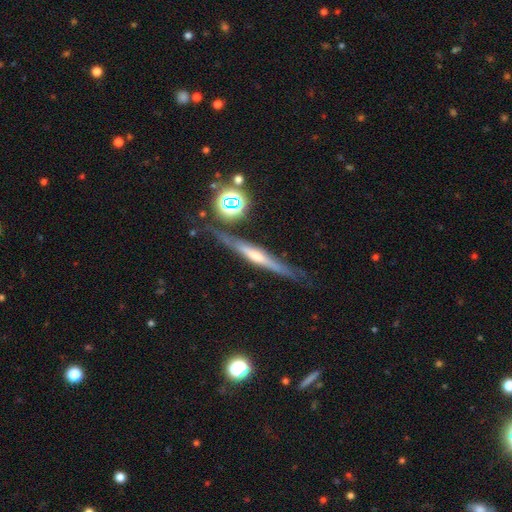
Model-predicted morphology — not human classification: smooth-or-featured: featured or disk: 76% | smooth: 16% | star or artifact: 8%
  disk-edge-on: yes: 96% | no: 4%
    edge-on-bulge: rounded: 62% | none: 24% | boxy: 14%
  merging: none: 81% | minor disturbance: 12% | merger: 4% | major disturbance: 3%